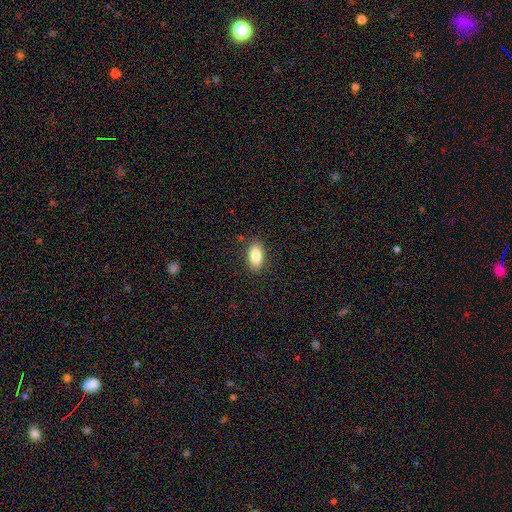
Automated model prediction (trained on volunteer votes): Smooth or featured? Predicted: smooth (p=0.85). How rounded? Predicted: in between (p=0.90). Merging? Predicted: none (p=0.87).